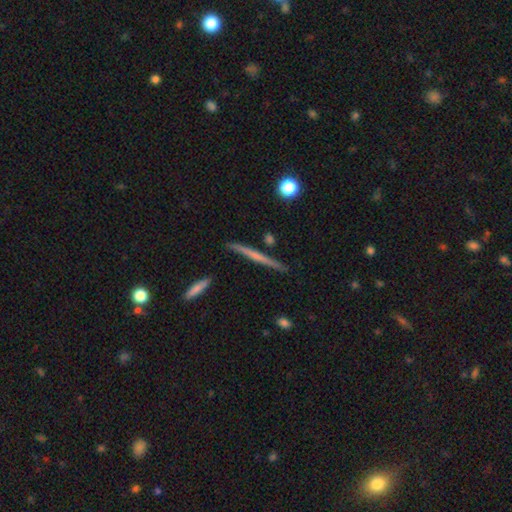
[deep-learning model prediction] This is possibly a featured or disk galaxy (55%). It is clearly viewed edge-on (97%). Edge-on bulge: likely none (73%). Merging: clearly none (89%).